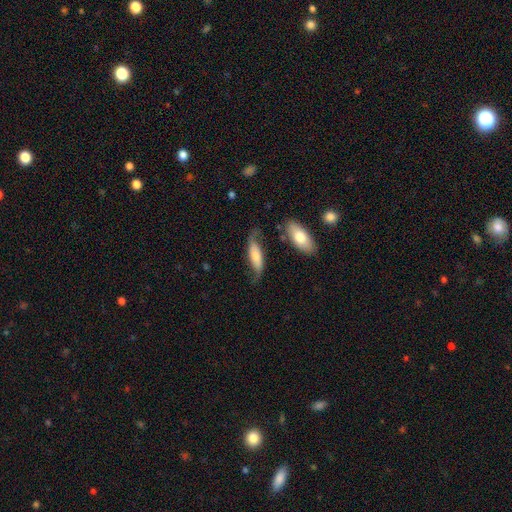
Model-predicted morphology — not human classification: A featured or disk galaxy (47%).

Vote fractions:
- Smooth or featured? featured or disk: 47% / smooth: 46% / star or artifact: 7%
- Merging? none: 53% / minor disturbance: 28% / major disturbance: 13% / merger: 5%